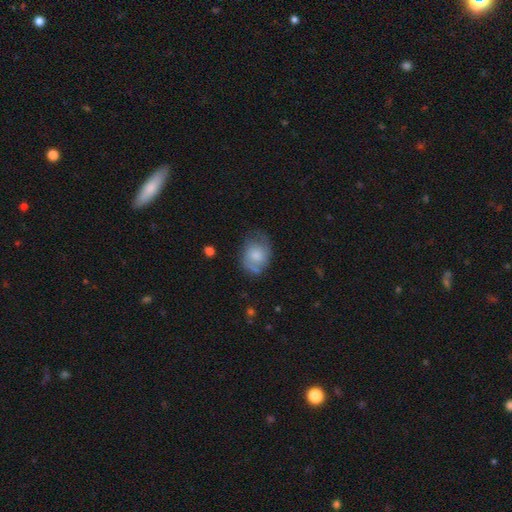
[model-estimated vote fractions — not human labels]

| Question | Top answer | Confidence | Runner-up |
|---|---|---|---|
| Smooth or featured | smooth | 61% | featured or disk (31%) |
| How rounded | in between | 64% | round (34%) |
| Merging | none | 51% | minor disturbance (31%) |